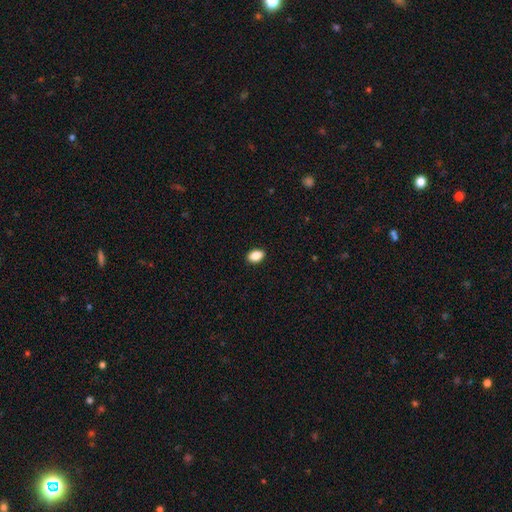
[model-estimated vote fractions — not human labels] Morphology: type=smooth (88%); roundness=in between (88%); merging=none (91%).